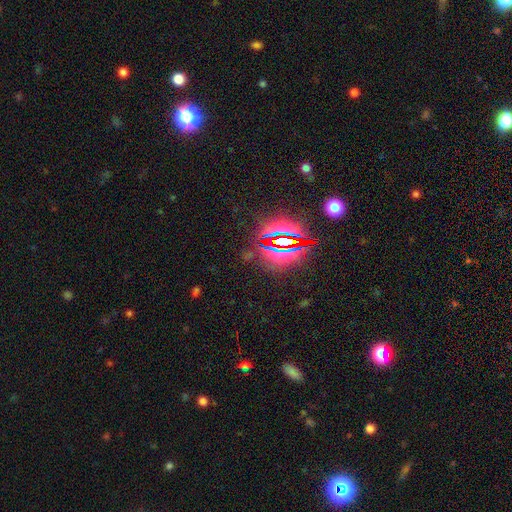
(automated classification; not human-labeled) Overall: star or artifact (81%).